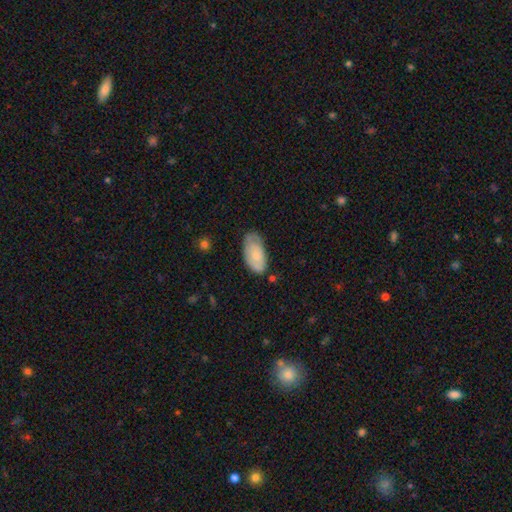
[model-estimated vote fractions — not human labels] A smooth galaxy with no disk features (72%) that is in between round and cigar-shaped (94%). Merging: none (58%).